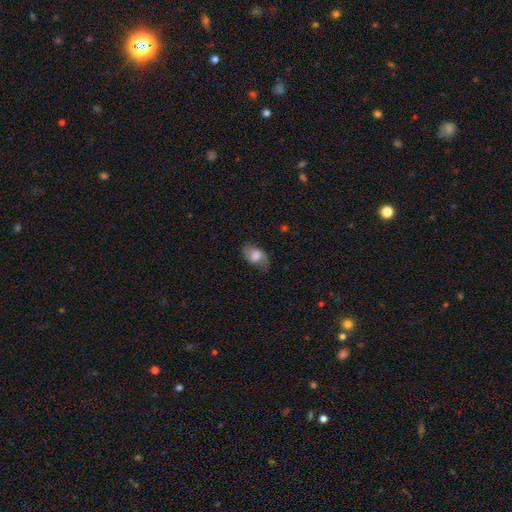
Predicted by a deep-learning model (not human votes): smooth 62%, featured or disk 31%, star or artifact 8%. Down the decision tree: how rounded — in between (88%); merging — none (62%).